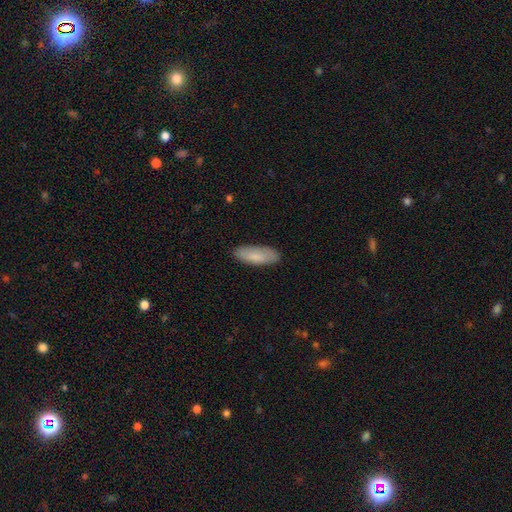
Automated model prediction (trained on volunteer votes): A smooth galaxy with no disk features (83%) that is in between round and cigar-shaped (65%). Merging: none (86%).